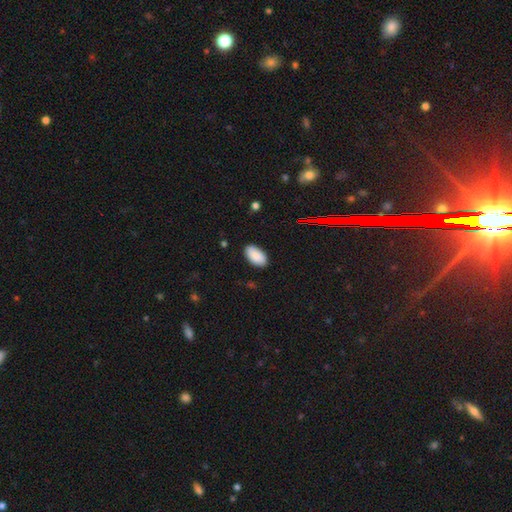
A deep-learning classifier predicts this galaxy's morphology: smooth-or-featured: smooth: 89% | star or artifact: 7% | featured or disk: 4%
  how-rounded: in between: 95% | round: 3% | cigar-shaped: 2%
  merging: none: 86% | minor disturbance: 11% | major disturbance: 2% | merger: 1%